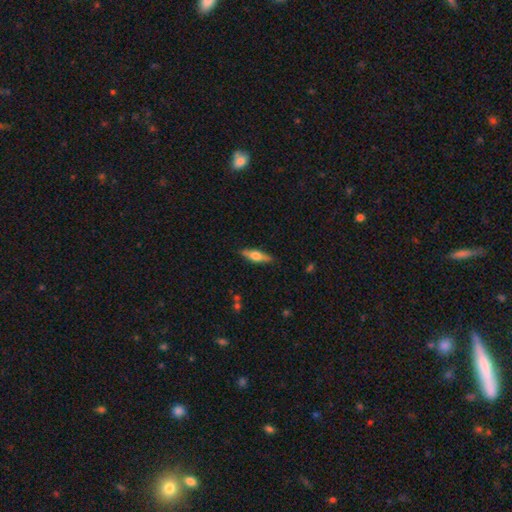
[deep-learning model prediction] Smooth or featured? Predicted: featured or disk (p=0.52). Edge-on disk? Predicted: yes (p=0.93). Merging? Predicted: none (p=0.87).